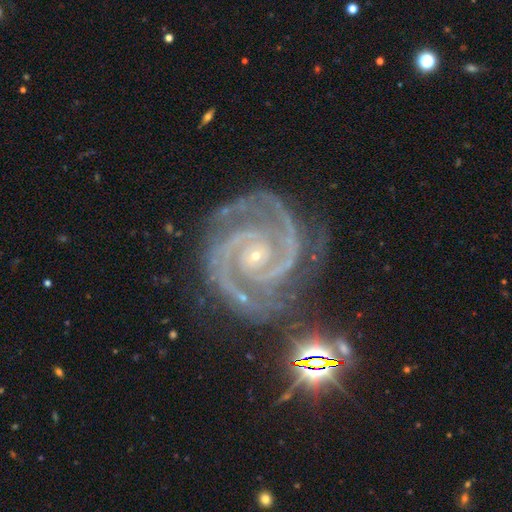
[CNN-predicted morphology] smooth_or_featured: featured or disk (p=0.93) [alt: star or artifact p=0.05]
disk_edge_on: no (p=0.98) [alt: yes p=0.02]
bar: no (p=0.64) [alt: weak p=0.22]
has_spiral_arms: yes (p=0.99) [alt: no p=0.01]
spiral_winding: tight (p=0.72) [alt: medium p=0.25]
spiral_arm_count: 2 (p=0.78) [alt: 3 p=0.10]
bulge_size: small (p=0.89) [alt: moderate p=0.08]
merging: none (p=0.74) [alt: minor disturbance p=0.17]